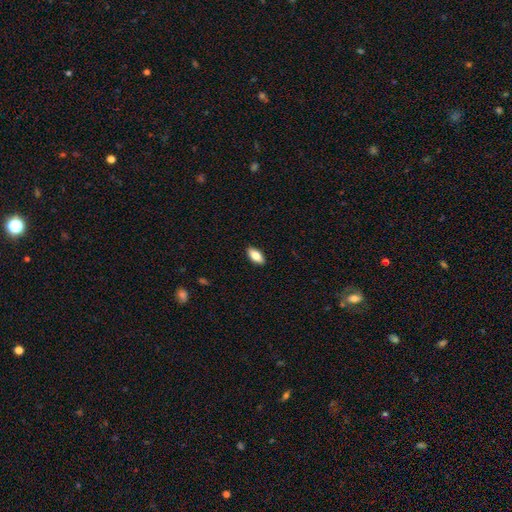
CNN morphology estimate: type=smooth (80%); roundness=in between (86%); merging=none (90%).